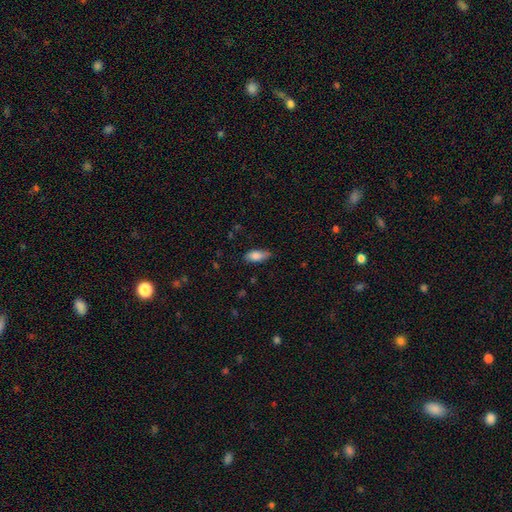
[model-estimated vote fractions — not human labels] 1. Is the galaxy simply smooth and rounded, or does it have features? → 82% smooth, 10% featured or disk, 7% star or artifact.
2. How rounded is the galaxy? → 84% in between, 13% cigar-shaped, 3% round.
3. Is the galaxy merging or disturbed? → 67% none, 26% minor disturbance, 5% major disturbance, 2% merger.